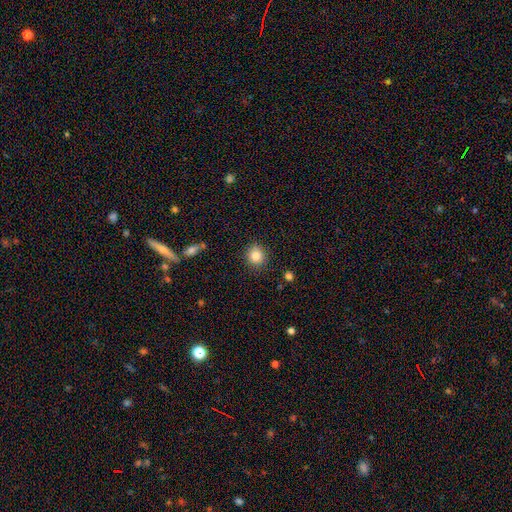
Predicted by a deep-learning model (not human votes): The model was most divided on "smooth or featured": smooth: 84%, star or artifact: 10%, featured or disk: 6%. More confident: how rounded — round (88%); merging — none (87%).